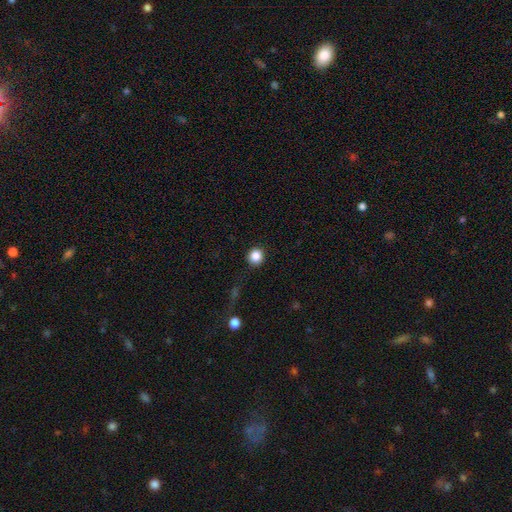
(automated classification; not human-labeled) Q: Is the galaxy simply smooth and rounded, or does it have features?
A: smooth — 85%.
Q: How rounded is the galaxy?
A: round — 93%.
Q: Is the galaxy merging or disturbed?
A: none — 90%.